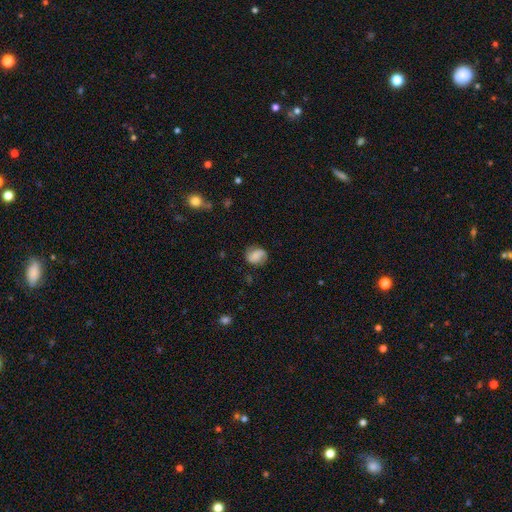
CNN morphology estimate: smooth-or-featured: smooth: 55% | featured or disk: 35% | star or artifact: 10%
  how-rounded: round: 60% | in between: 39% | cigar-shaped: 1%
  merging: none: 70% | minor disturbance: 21% | major disturbance: 8% | merger: 2%